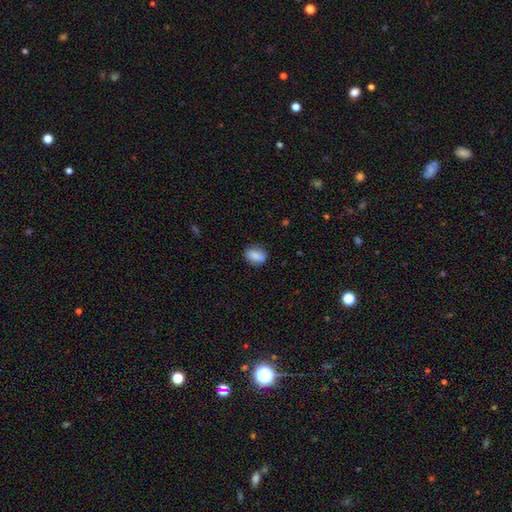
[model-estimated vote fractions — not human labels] smooth 79%, featured or disk 13%, star or artifact 8%. Down the decision tree: how rounded — in between (71%); merging — none (81%).